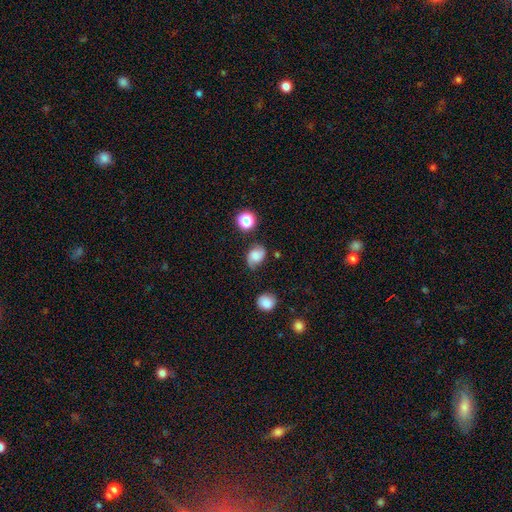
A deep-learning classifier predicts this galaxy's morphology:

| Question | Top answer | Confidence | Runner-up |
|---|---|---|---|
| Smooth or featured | smooth | 53% | featured or disk (35%) |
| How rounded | in between | 61% | round (38%) |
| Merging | none | 65% | minor disturbance (24%) |